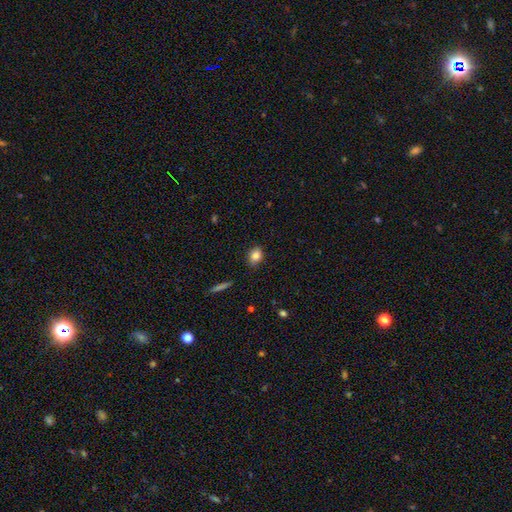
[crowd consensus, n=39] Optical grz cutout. It shows a smooth galaxy with no disk features (85%) that is round (52%). Merging: none (78%).